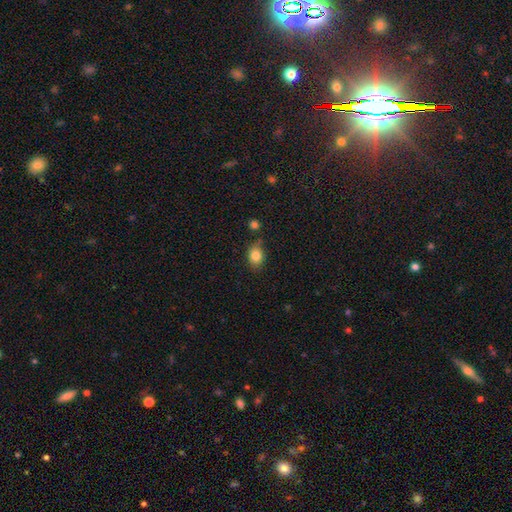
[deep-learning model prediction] smooth_or_featured: smooth (p=0.84) [alt: star or artifact p=0.09]
how_rounded: in between (p=0.65) [alt: round p=0.34]
merging: none (p=0.72) [alt: minor disturbance p=0.18]